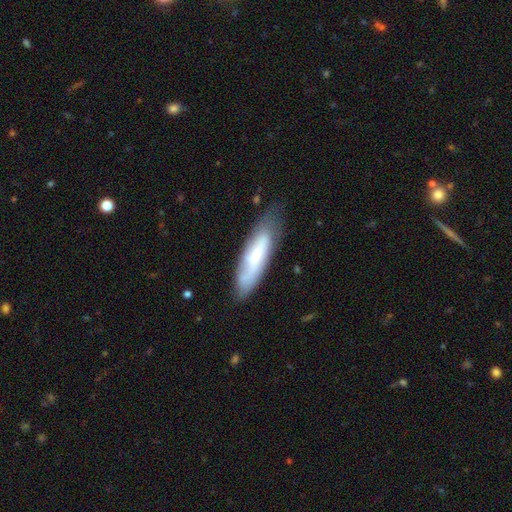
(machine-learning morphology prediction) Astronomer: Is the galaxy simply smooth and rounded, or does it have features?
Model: smooth — 59% (runner-up: featured or disk, 34%).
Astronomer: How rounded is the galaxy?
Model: cigar-shaped — 62% (runner-up: in between, 37%).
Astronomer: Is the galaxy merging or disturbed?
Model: none — 65%.